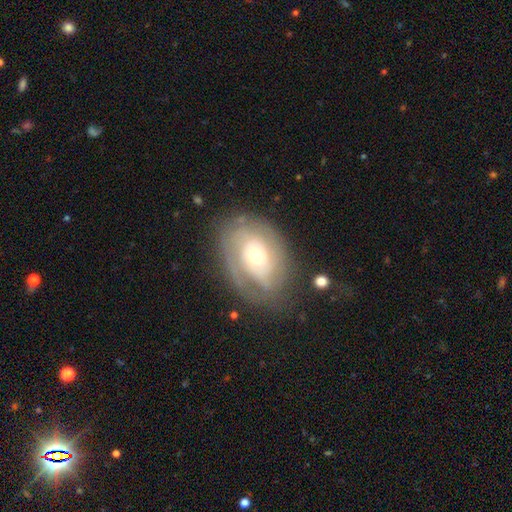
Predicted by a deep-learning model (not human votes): smooth_or_featured: featured or disk (p=0.70) [alt: smooth p=0.23]
disk_edge_on: no (p=0.95) [alt: yes p=0.05]
bar: no (p=0.82) [alt: weak p=0.15]
has_spiral_arms: yes (p=0.75) [alt: no p=0.25]
bulge_size: moderate (p=0.52) [alt: small p=0.40]
merging: none (p=0.67) [alt: minor disturbance p=0.20]